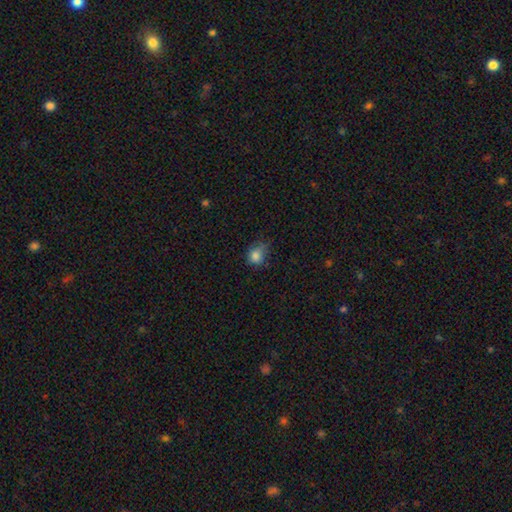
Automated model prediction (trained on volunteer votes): smooth-or-featured: smooth: 82% | star or artifact: 11% | featured or disk: 7%
  how-rounded: round: 61% | in between: 38% | cigar-shaped: 1%
  merging: none: 50% | minor disturbance: 36% | major disturbance: 12% | merger: 2%